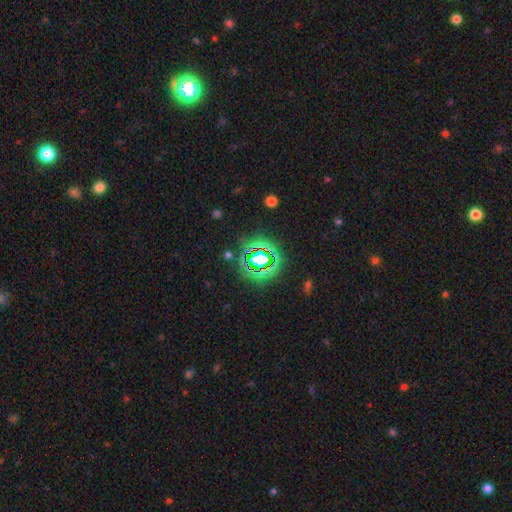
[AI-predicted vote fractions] Morphology: type=star or artifact (75%).